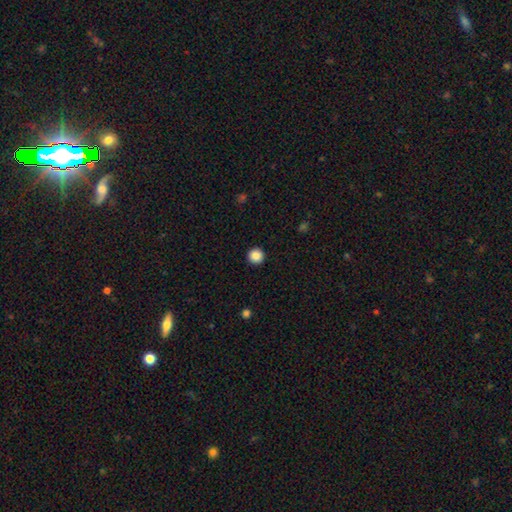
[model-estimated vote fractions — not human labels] A smooth galaxy with no disk features (87%) that is round (96%). Merging: none (93%).